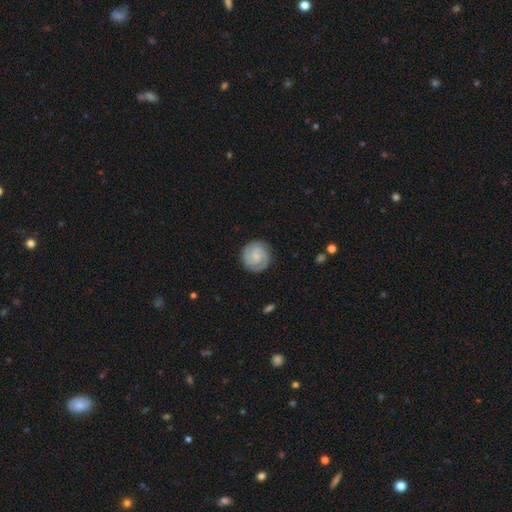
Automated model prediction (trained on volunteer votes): This appears to be a featured or disk galaxy (80%) with no bar (58%), 2 (80%) tight (73%) spiral arms (98%) and a small central bulge (48%). Merging: none (87%).